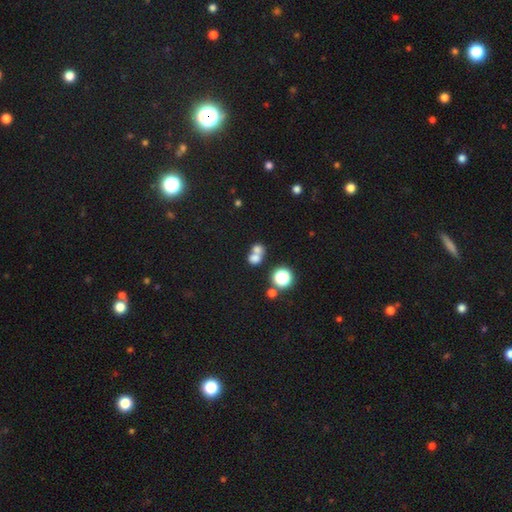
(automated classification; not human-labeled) Overall: smooth (68%). How rounded: round (68%; in between 31%). Merging: merger (60%; none 31%).